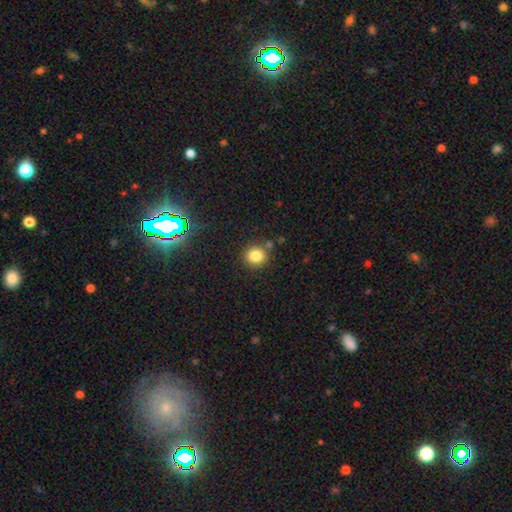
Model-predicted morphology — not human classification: Overall: smooth (82%). How rounded: round (90%). Merging: none (83%).